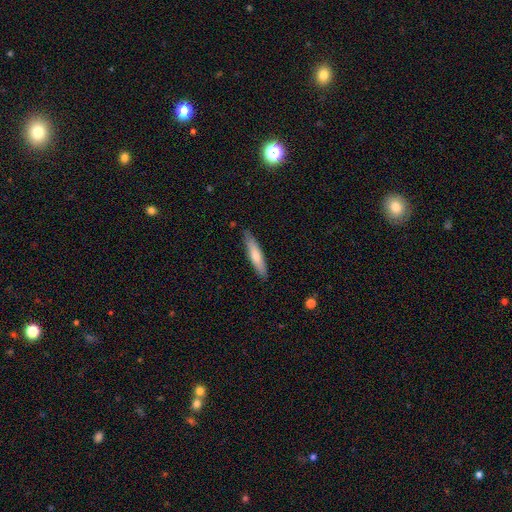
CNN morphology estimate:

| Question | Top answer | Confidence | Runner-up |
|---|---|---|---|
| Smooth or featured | smooth | 67% | featured or disk (28%) |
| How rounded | cigar-shaped | 85% | in between (14%) |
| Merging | none | 85% | minor disturbance (12%) |